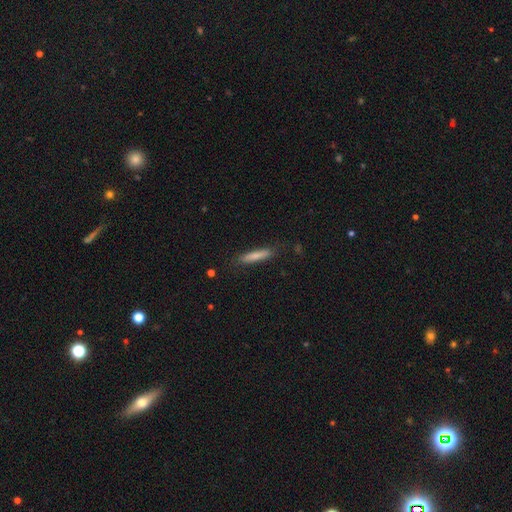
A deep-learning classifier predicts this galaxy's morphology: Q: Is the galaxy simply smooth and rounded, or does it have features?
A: smooth — 79%.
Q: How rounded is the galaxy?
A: cigar-shaped — 86%.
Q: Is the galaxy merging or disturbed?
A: none — 82%.